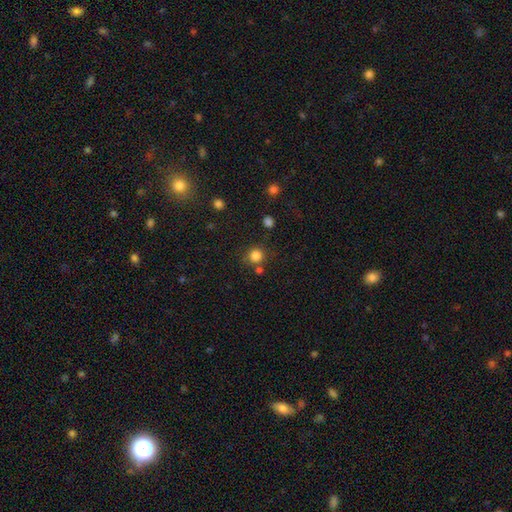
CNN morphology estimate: Smooth or featured?
  - smooth: 82% *
  - star or artifact: 13%
  - featured or disk: 5%
How rounded?
  - round: 91% *
  - in between: 8%
  - cigar-shaped: 1%
Merging?
  - none: 75% *
  - merger: 11%
  - minor disturbance: 10%
  - major disturbance: 4%